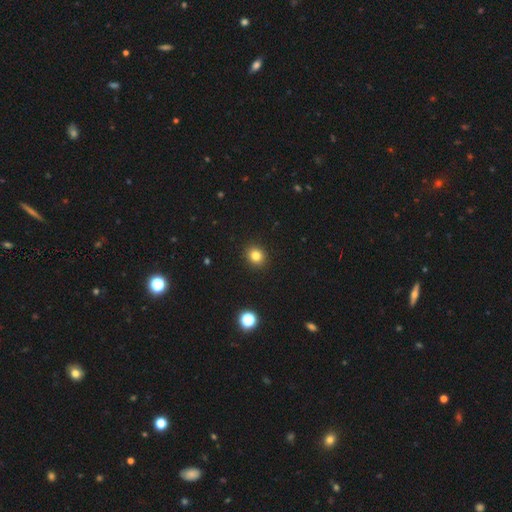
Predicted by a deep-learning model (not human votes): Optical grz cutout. It shows a smooth galaxy with no disk features (81%) that is round (80%). Merging: none (92%).